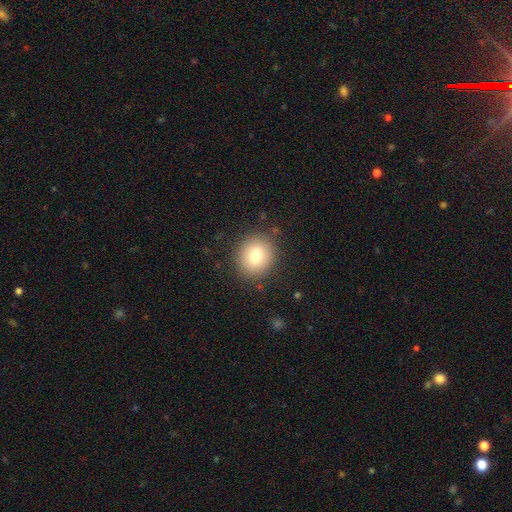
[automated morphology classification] Overall: smooth (76%). How rounded: round (75%). Merging: none (85%).